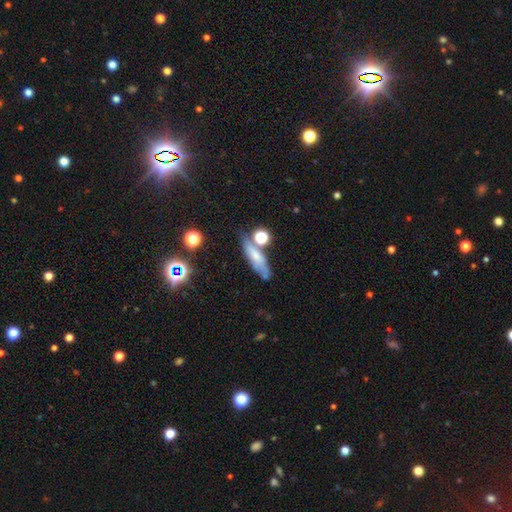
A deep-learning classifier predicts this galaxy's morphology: Smooth or featured: smooth — 62% (featured or disk — 26%)
How rounded: cigar-shaped — 52% (in between — 40%)
Merging: none — 54% (minor disturbance — 20%)